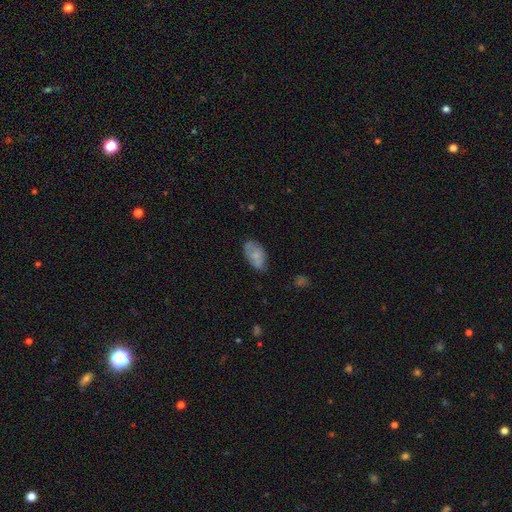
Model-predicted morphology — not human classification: Smooth or featured? Predicted: smooth (p=0.68). How rounded? Predicted: in between (p=0.93). Merging? Predicted: none (p=0.61).